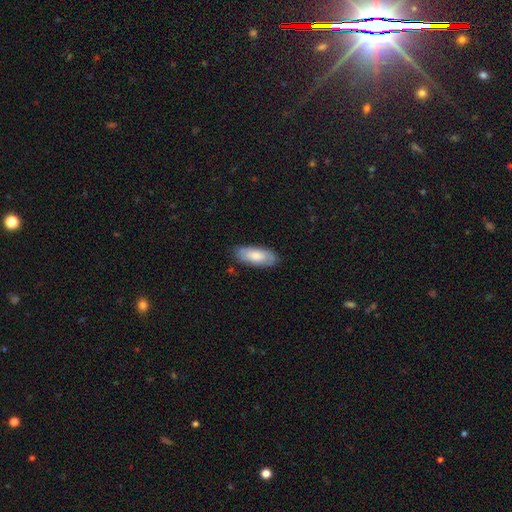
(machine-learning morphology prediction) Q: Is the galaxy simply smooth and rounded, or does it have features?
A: smooth — 74%.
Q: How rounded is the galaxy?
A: in between — 83%.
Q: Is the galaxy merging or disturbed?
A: none — 80%.